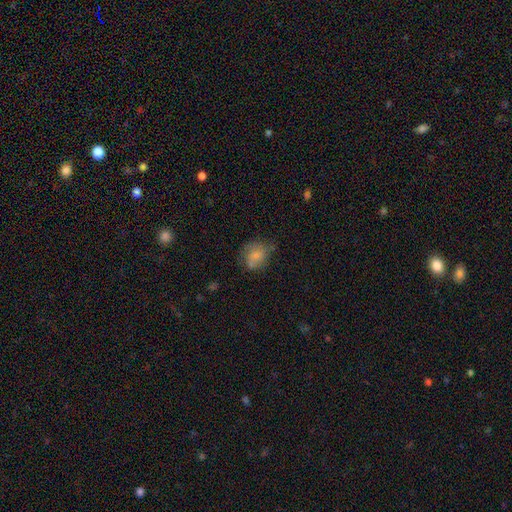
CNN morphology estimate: type=smooth (71%); roundness=round (56%); merging=none (52%).